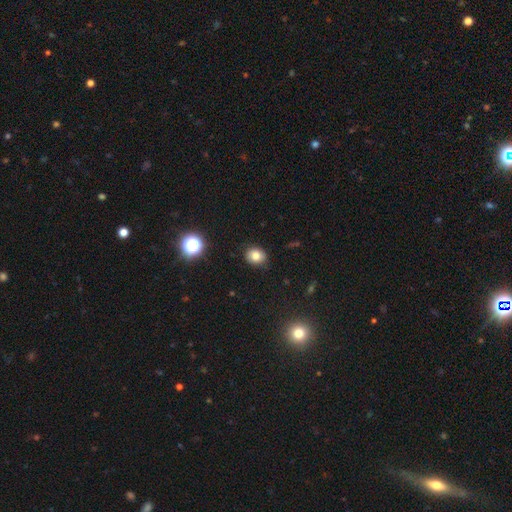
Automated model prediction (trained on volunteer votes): Smooth or featured? Predicted: smooth (p=0.80). How rounded? Predicted: round (p=0.58). Merging? Predicted: none (p=0.87).